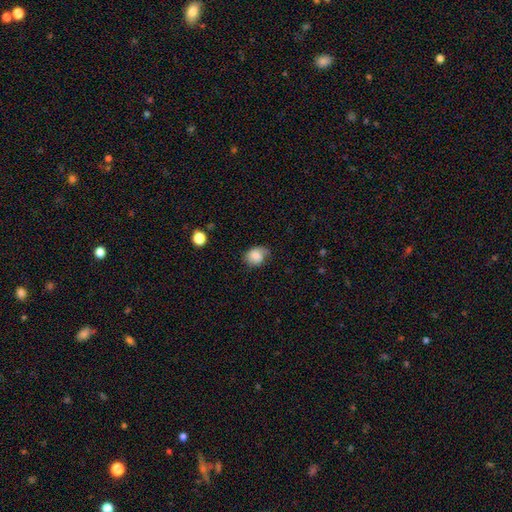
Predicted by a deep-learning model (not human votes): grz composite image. It shows a smooth galaxy with no disk features (82%) that is round (59%). Merging: none (55%).